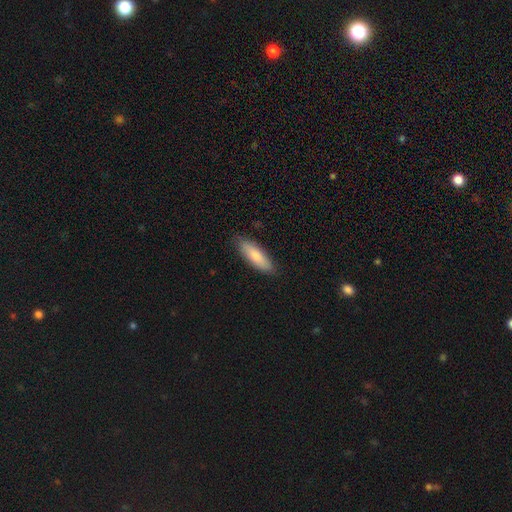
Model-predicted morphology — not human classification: Q: Smooth or featured?
A: smooth (80%); runner-up: featured or disk (15%)
Q: How rounded?
A: in between (53%); runner-up: cigar-shaped (45%)
Q: Merging?
A: none (85%); runner-up: minor disturbance (11%)